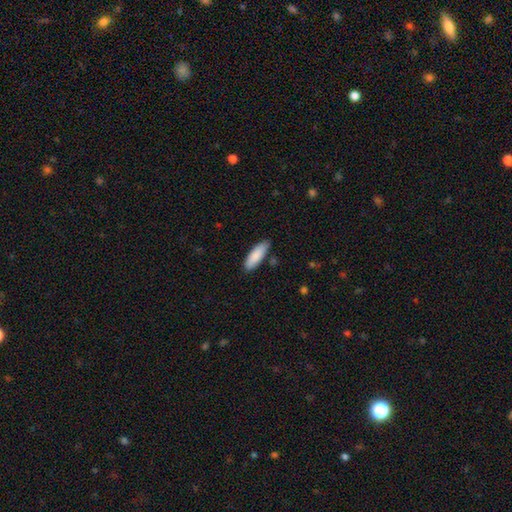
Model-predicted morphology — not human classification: type=smooth (87%); roundness=in between (56%); merging=none (84%).